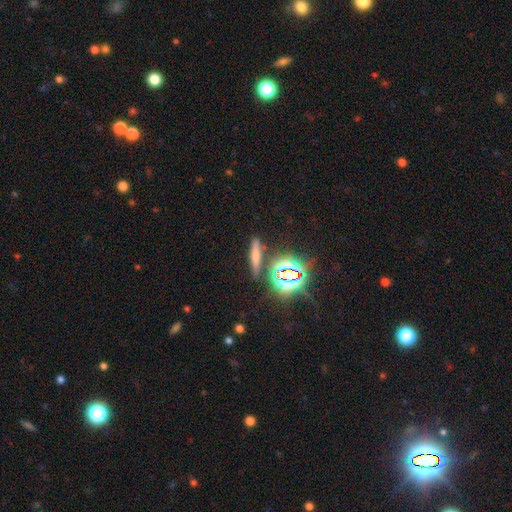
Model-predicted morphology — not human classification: smooth 51%, star or artifact 29%, featured or disk 21%. Down the decision tree: how rounded — cigar-shaped (75%); merging — none (81%).